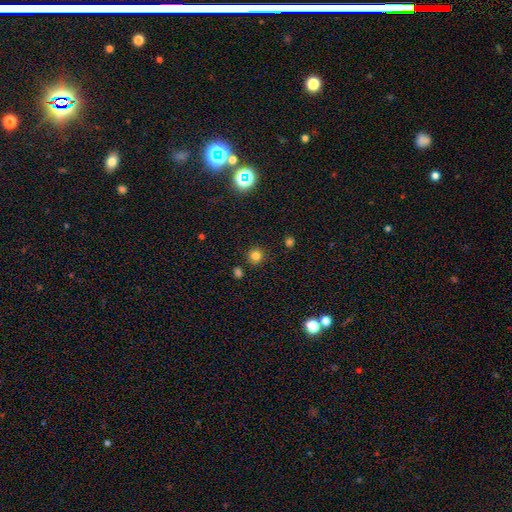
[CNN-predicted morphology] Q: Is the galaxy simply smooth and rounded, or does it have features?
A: smooth — 79%.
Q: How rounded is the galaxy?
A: round — 92%.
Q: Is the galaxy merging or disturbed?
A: none — 88%.